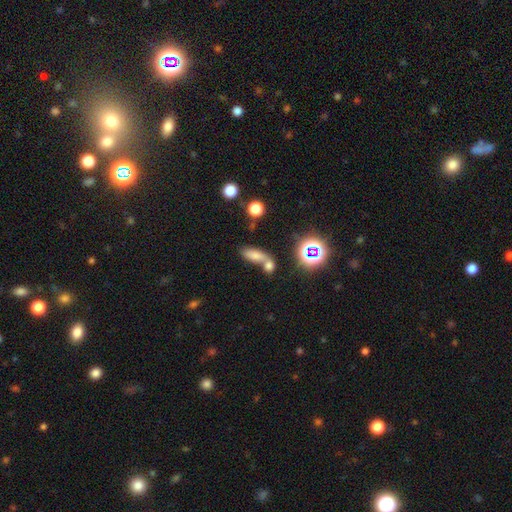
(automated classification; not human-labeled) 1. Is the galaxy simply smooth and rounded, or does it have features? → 68% smooth, 18% star or artifact, 14% featured or disk.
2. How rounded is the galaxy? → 70% in between, 22% cigar-shaped, 9% round.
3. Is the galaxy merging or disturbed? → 51% merger, 34% none, 9% minor disturbance, 6% major disturbance.